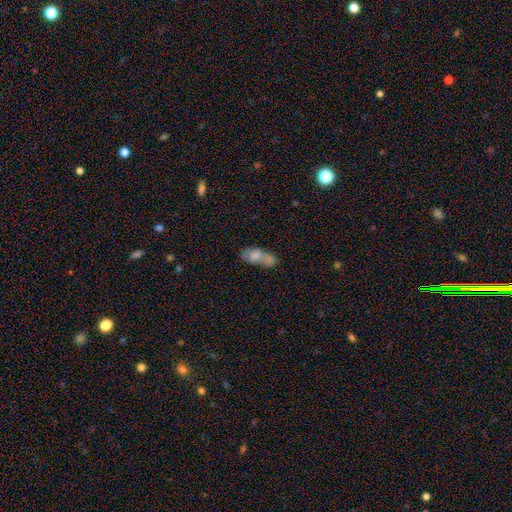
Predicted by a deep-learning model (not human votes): Overall: smooth (65%; featured or disk 26%). How rounded: in between (80%). Merging: merger (60%; none 20%).